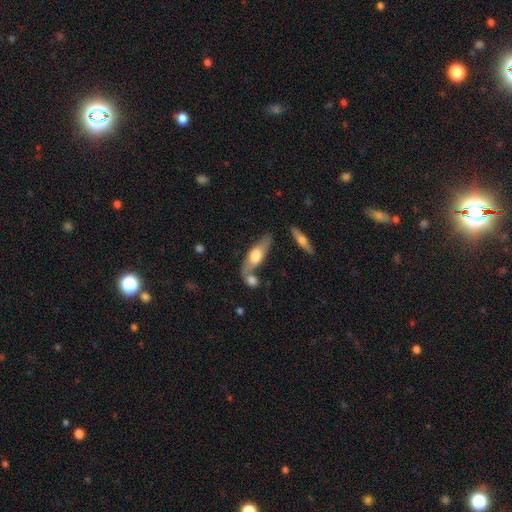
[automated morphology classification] A smooth galaxy with no disk features (52%) that is in between round and cigar-shaped (53%). Merging: none (53%).